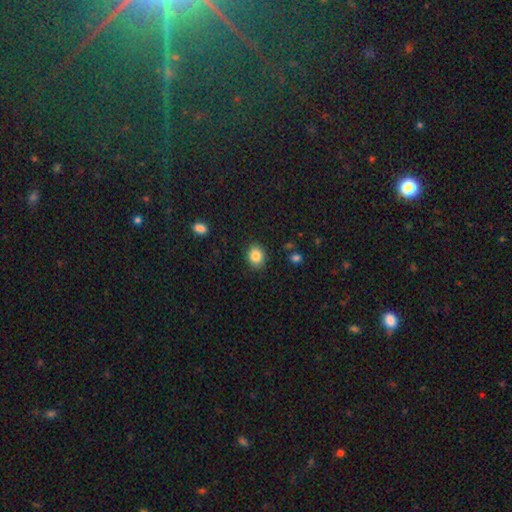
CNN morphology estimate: Smooth or featured? Predicted: smooth (p=0.85). How rounded? Predicted: round (p=0.57). Merging? Predicted: none (p=0.87).